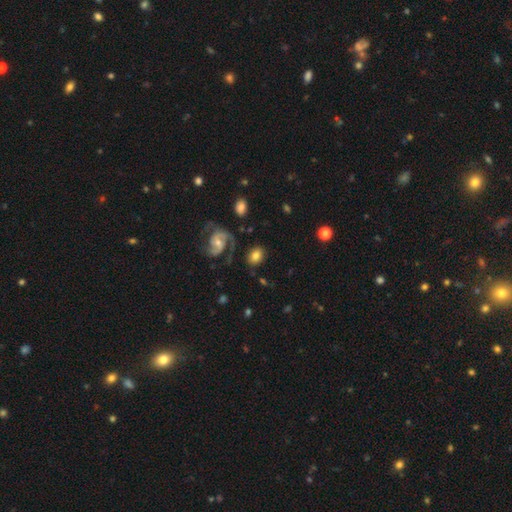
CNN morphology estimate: Smooth or featured? smooth (62%)
How rounded? in between (61%)
Merging? none (72%)